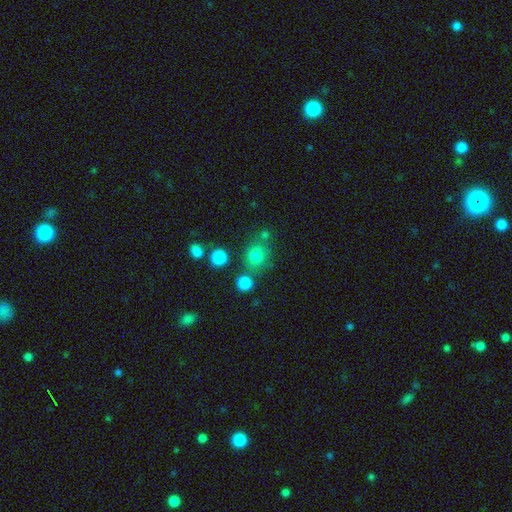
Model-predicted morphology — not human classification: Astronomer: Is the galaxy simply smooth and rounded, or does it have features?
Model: smooth — 78%.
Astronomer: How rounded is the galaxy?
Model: round — 76%.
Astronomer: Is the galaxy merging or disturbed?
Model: none — 68%.